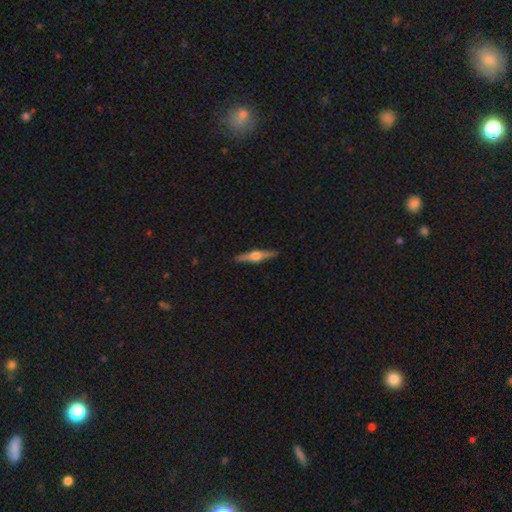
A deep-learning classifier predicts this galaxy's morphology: smooth-or-featured: featured or disk: 71% | smooth: 24% | star or artifact: 5%
  disk-edge-on: yes: 97% | no: 3%
    edge-on-bulge: rounded: 93% | boxy: 5% | none: 2%
  merging: none: 90% | minor disturbance: 7% | major disturbance: 1% | merger: 1%